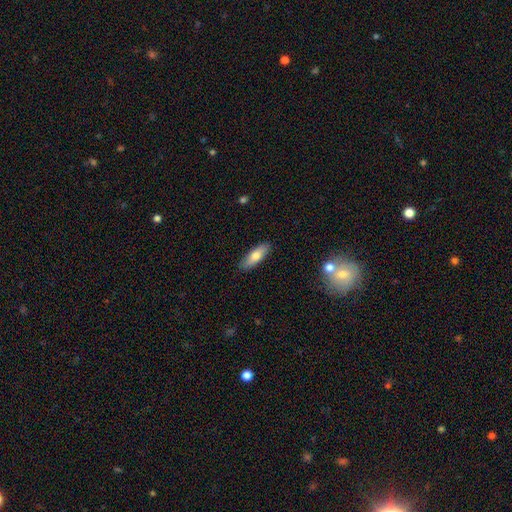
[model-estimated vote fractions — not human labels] This appears to be a smooth galaxy with no disk features (73%) that is in between round and cigar-shaped (59%). Merging: none (88%).